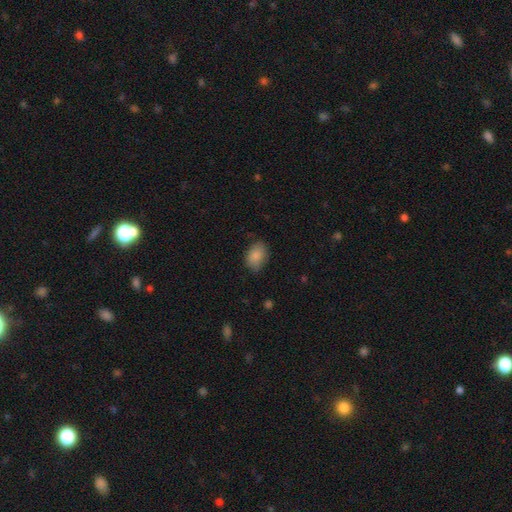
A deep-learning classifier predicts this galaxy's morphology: smooth-or-featured: smooth: 87% | star or artifact: 7% | featured or disk: 6%
  how-rounded: in between: 83% | round: 16% | cigar-shaped: 1%
  merging: none: 75% | minor disturbance: 20% | major disturbance: 4% | merger: 1%